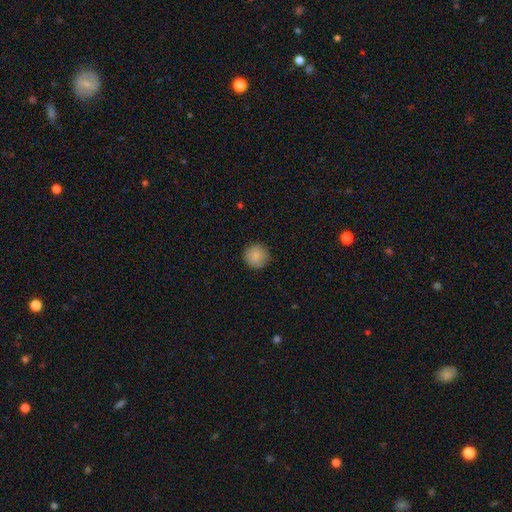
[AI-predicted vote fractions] smooth_or_featured: smooth (p=0.87) [alt: star or artifact p=0.08]
how_rounded: round (p=0.95) [alt: in between p=0.04]
merging: none (p=0.90) [alt: minor disturbance p=0.07]